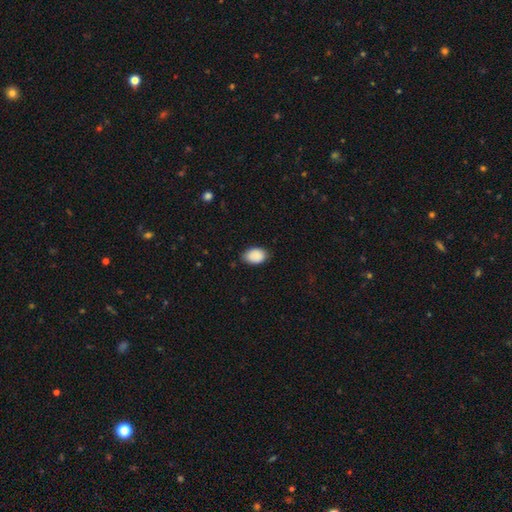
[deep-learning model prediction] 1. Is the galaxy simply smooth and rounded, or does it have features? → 90% smooth, 7% star or artifact, 3% featured or disk.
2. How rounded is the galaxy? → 84% in between, 15% round, 1% cigar-shaped.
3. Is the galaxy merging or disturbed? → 75% none, 21% minor disturbance, 3% major disturbance, 1% merger.